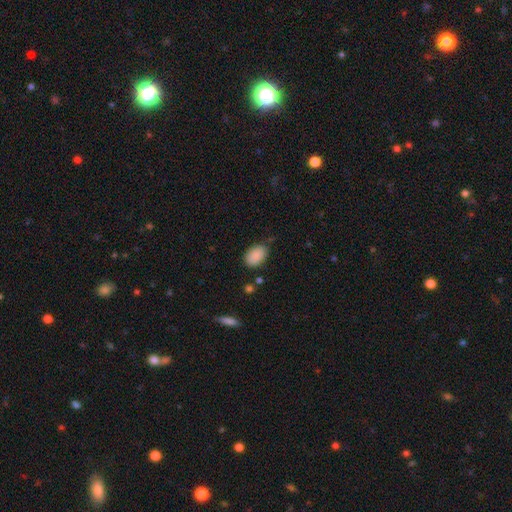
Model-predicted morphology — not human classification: Q: Smooth or featured?
A: smooth (88%); runner-up: star or artifact (7%)
Q: How rounded?
A: in between (88%); runner-up: round (11%)
Q: Merging?
A: none (69%); runner-up: minor disturbance (23%)